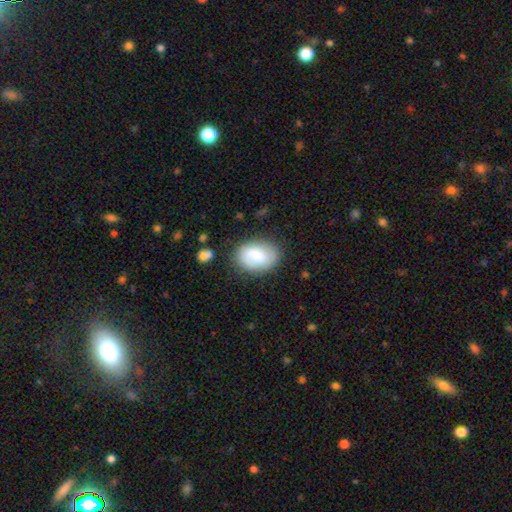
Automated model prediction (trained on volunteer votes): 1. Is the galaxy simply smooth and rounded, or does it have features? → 77% smooth, 16% featured or disk, 7% star or artifact.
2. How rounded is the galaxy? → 79% in between, 19% round, 1% cigar-shaped.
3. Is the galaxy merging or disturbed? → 76% none, 16% minor disturbance, 5% major disturbance, 3% merger.